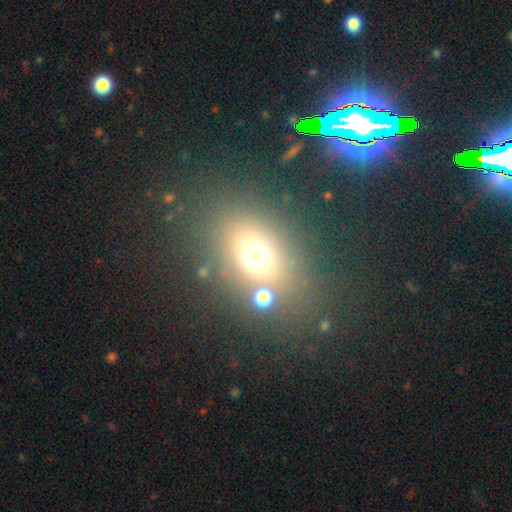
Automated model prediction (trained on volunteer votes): smooth 63%, star or artifact 23%, featured or disk 14%. Down the decision tree: how rounded — in between (64%); merging — none (75%).